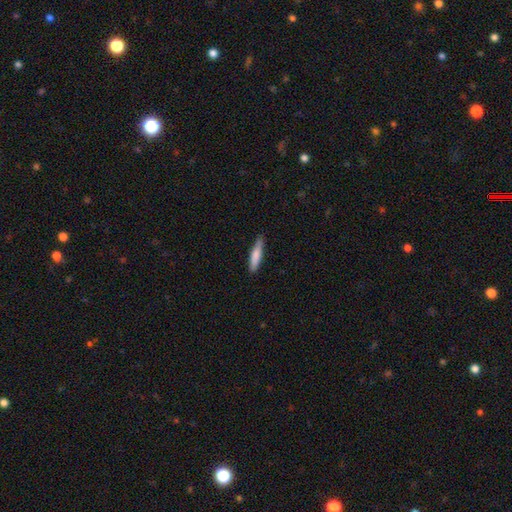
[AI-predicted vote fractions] Smooth or featured? smooth (78%)
How rounded? cigar-shaped (81%)
Merging? none (79%)